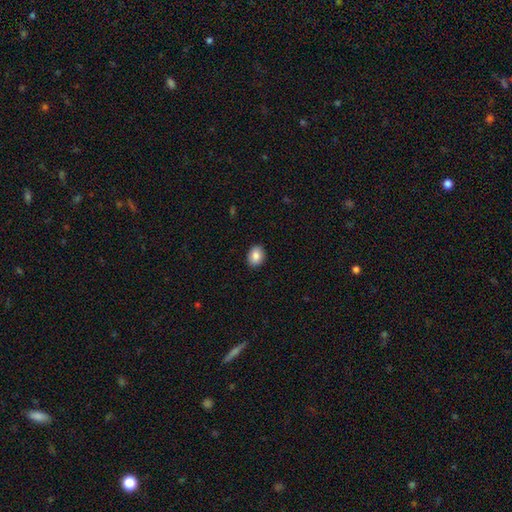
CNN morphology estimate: This appears to be a smooth galaxy with no disk features (87%) that is in between round and cigar-shaped (63%). Merging: none (91%).